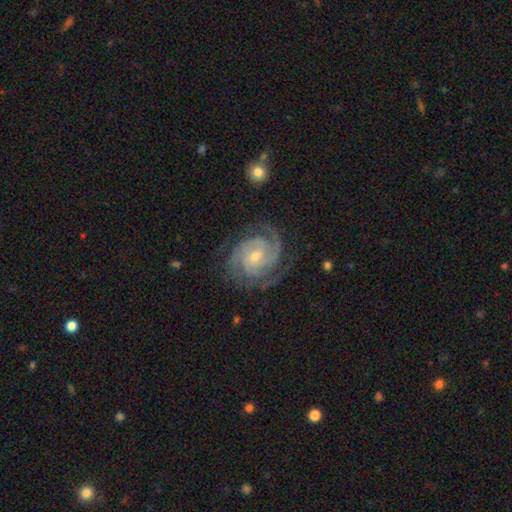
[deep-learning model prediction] Overall: featured or disk (91%). Edge-on disk: no (98%). Bar: no (55%; weak 35%). Spiral arms: yes (98%). Spiral arm count: 3 (39%; 2 26%). Spiral winding: tight (71%). Bulge size: small (58%; moderate 38%). Merging: none (77%).